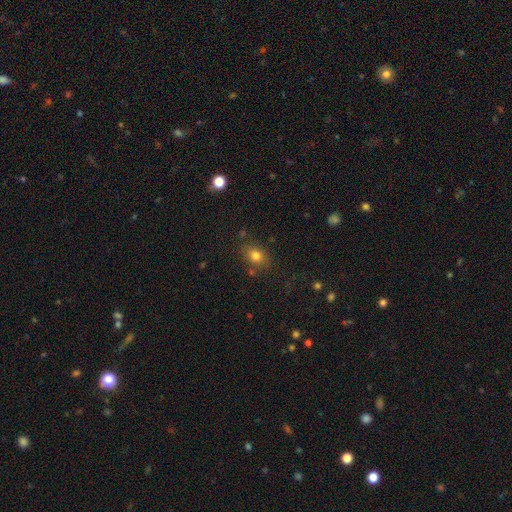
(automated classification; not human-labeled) A smooth galaxy with no disk features (77%) that is in between round and cigar-shaped (55%).

Vote fractions:
- Smooth or featured? smooth: 77% / star or artifact: 14% / featured or disk: 9%
- How rounded? in between: 55% / round: 44% / cigar-shaped: 1%
- Merging? none: 77% / minor disturbance: 14% / merger: 5% / major disturbance: 4%